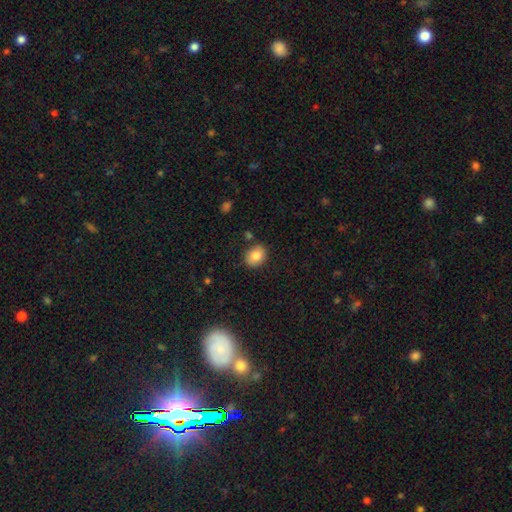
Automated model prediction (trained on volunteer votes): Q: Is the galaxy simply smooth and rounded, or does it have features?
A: smooth — 83%.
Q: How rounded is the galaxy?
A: round — 57%.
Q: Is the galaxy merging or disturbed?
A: none — 83%.